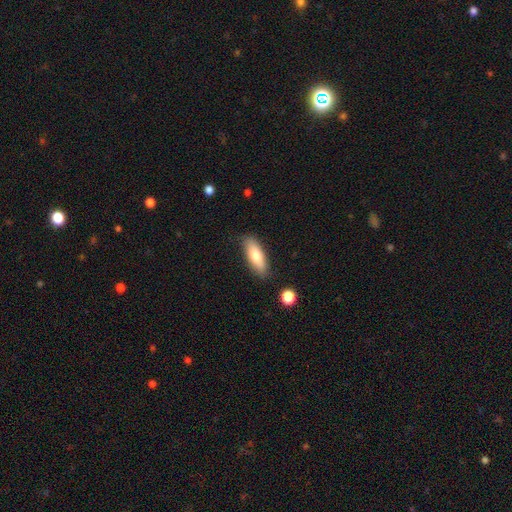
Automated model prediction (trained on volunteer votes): Q: Smooth or featured?
A: smooth (76%); runner-up: featured or disk (17%)
Q: How rounded?
A: in between (58%); runner-up: cigar-shaped (39%)
Q: Merging?
A: none (82%); runner-up: minor disturbance (12%)